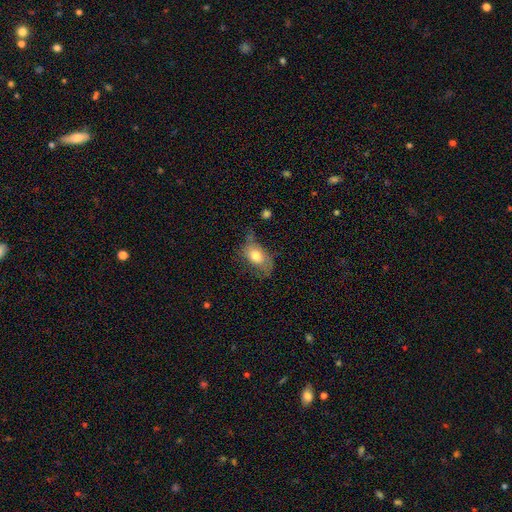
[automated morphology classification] type=smooth (68%); roundness=in between (86%); merging=none (43%).